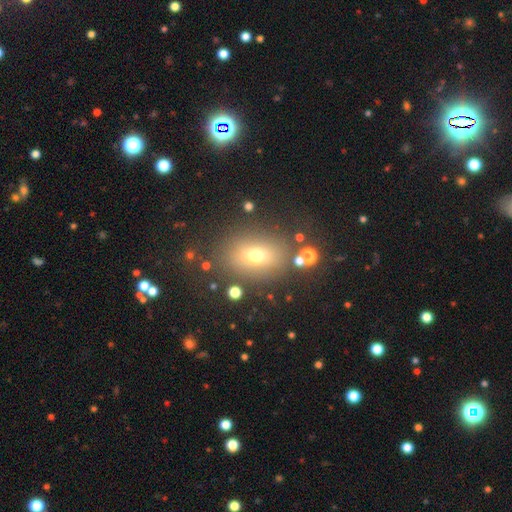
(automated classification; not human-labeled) Smooth or featured? Predicted: smooth (p=0.65). How rounded? Predicted: in between (p=0.68). Merging? Predicted: none (p=0.80).